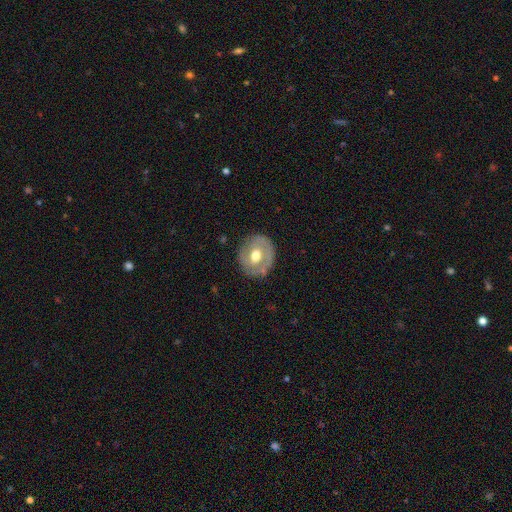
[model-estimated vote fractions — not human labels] smooth_or_featured: featured or disk (p=0.55) [alt: smooth p=0.39]
disk_edge_on: no (p=0.95) [alt: yes p=0.05]
bar: no (p=0.64) [alt: weak p=0.28]
has_spiral_arms: no (p=0.61) [alt: yes p=0.39]
bulge_size: moderate (p=0.73) [alt: large p=0.18]
merging: none (p=0.76) [alt: minor disturbance p=0.16]